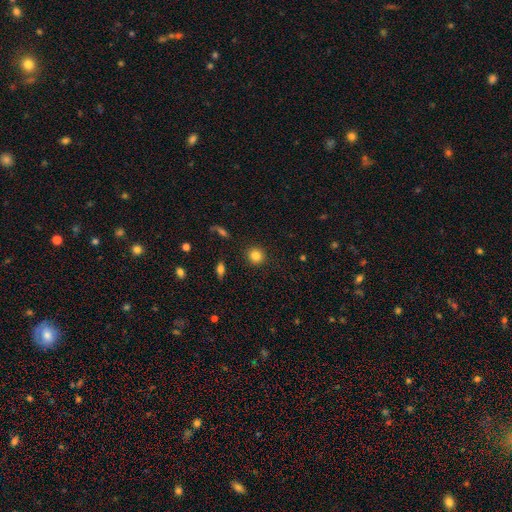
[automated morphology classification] A smooth galaxy with no disk features (83%) that is round (91%).

Vote fractions:
- Smooth or featured? smooth: 83% / star or artifact: 10% / featured or disk: 6%
- How rounded? round: 91% / in between: 8% / cigar-shaped: 1%
- Merging? none: 91% / minor disturbance: 5% / major disturbance: 2% / merger: 2%